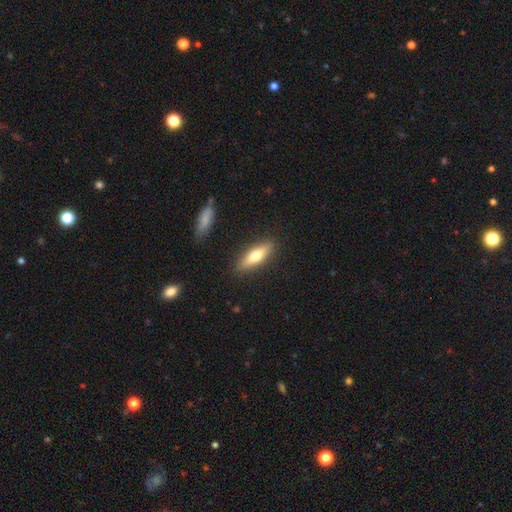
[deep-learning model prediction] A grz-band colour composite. It shows a smooth galaxy with no disk features (61%) that is cigar-shaped (59%). Merging: none (87%).